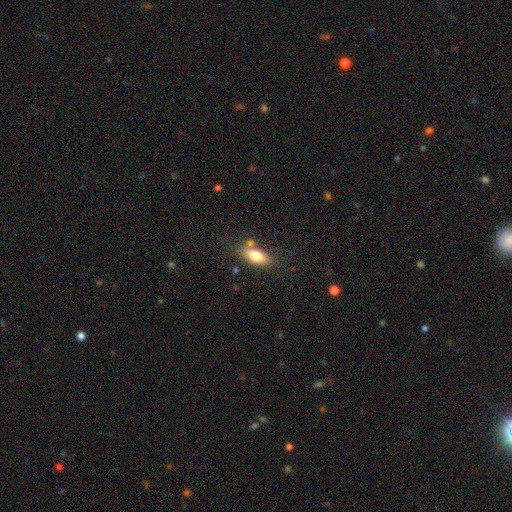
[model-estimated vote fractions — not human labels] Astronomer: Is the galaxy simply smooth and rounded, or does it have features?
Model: smooth — 74%.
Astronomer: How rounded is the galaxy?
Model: in between — 80%.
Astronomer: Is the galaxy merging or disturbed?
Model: none — 68%.